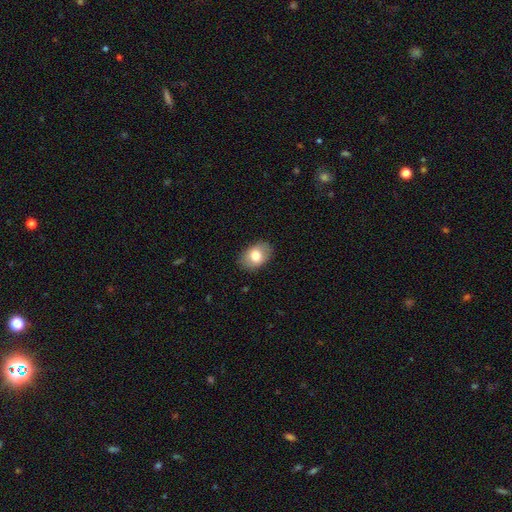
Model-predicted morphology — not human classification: A smooth galaxy with no disk features (76%) that is in between round and cigar-shaped (85%).

Vote fractions:
- Smooth or featured? smooth: 76% / featured or disk: 17% / star or artifact: 7%
- How rounded? in between: 85% / round: 14% / cigar-shaped: 1%
- Merging? none: 85% / minor disturbance: 11% / major disturbance: 3% / merger: 1%